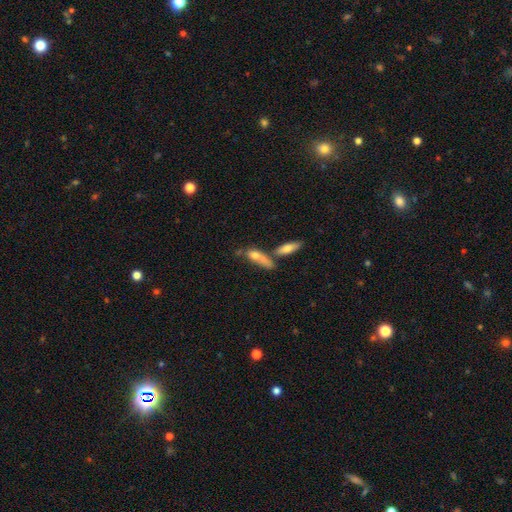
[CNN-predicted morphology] smooth_or_featured: smooth (p=0.63) [alt: featured or disk p=0.29]
how_rounded: in between (p=0.50) [alt: cigar-shaped p=0.45]
merging: merger (p=0.40) [alt: none p=0.33]